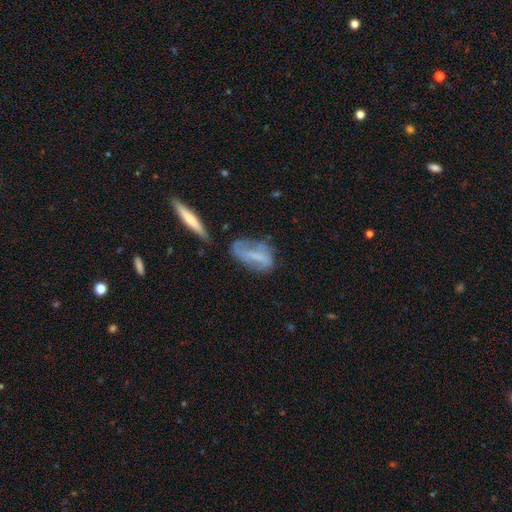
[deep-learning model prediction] Smooth or featured? featured or disk (50%)
Merging? none (44%)